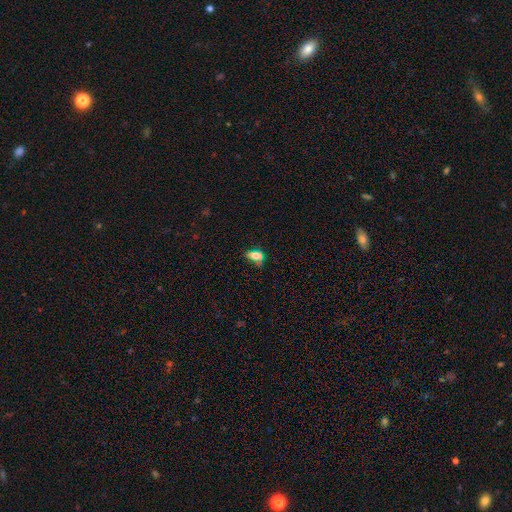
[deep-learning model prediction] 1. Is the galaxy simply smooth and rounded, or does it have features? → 67% smooth, 19% featured or disk, 14% star or artifact.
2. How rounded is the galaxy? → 79% in between, 13% round, 9% cigar-shaped.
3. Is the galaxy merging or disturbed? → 37% none, 26% minor disturbance, 22% major disturbance, 15% merger.